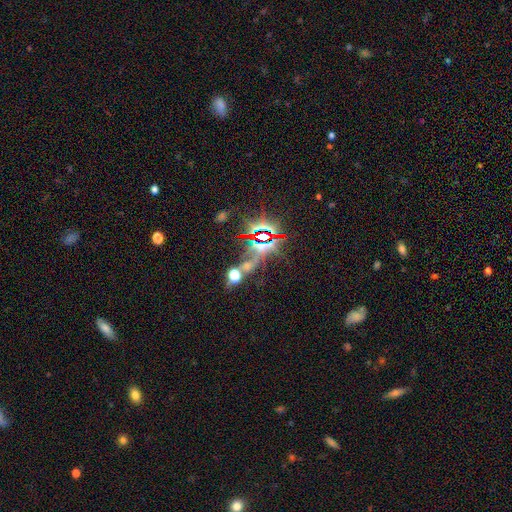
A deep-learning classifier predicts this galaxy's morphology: smooth-or-featured: star or artifact: 76% | smooth: 15% | featured or disk: 10%